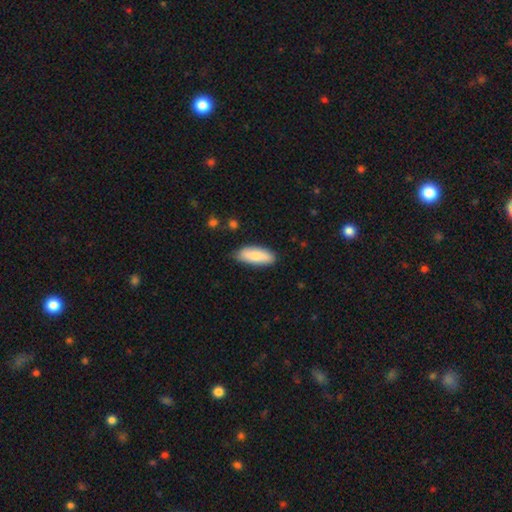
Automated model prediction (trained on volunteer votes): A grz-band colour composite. It shows a smooth galaxy with no disk features (81%) that is in between round and cigar-shaped (68%). Merging: none (82%).